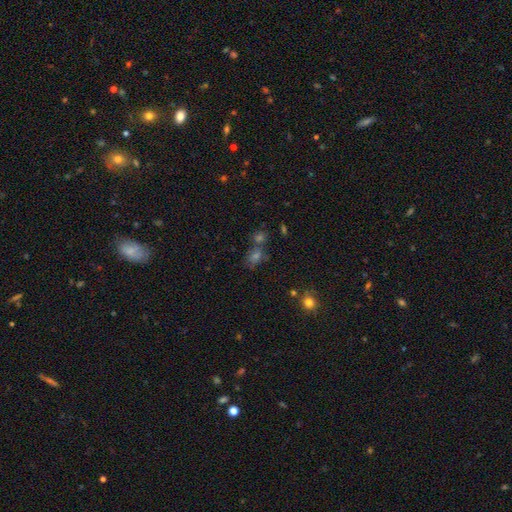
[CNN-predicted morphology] Smooth or featured: smooth — 46% (star or artifact — 39%)
Merging: none — 58% (merger — 25%)